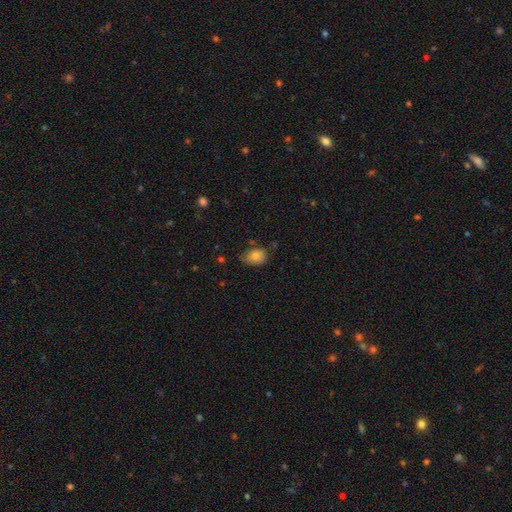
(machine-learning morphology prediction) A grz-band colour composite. It shows a smooth galaxy with no disk features (81%) that is in between round and cigar-shaped (69%). Merging: none (66%).